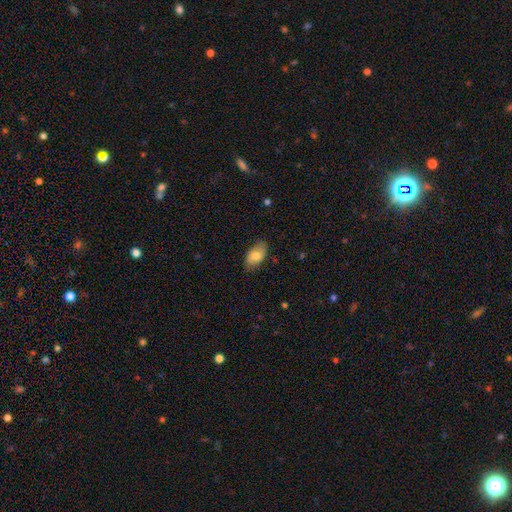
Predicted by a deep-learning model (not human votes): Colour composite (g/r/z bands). It shows a smooth galaxy with no disk features (68%) that is in between round and cigar-shaped (92%). Merging: none (77%).